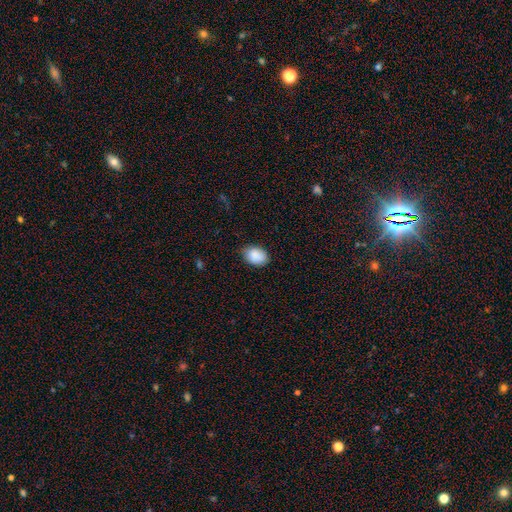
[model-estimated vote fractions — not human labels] Morphology: type=smooth (89%); roundness=in between (79%); merging=none (78%).